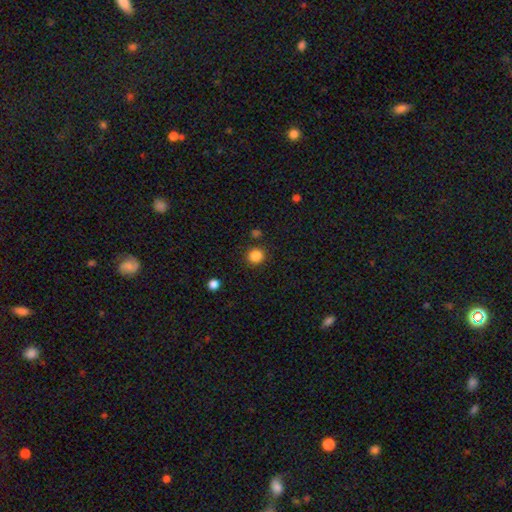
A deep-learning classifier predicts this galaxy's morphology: A smooth galaxy with no disk features (85%) that is round (88%).

Vote fractions:
- Smooth or featured? smooth: 85% / star or artifact: 11% / featured or disk: 4%
- How rounded? round: 88% / in between: 11% / cigar-shaped: 1%
- Merging? none: 87% / minor disturbance: 7% / merger: 3% / major disturbance: 3%